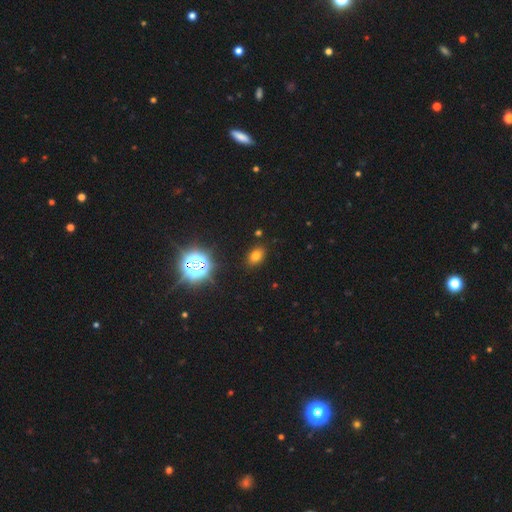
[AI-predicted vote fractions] Morphology: type=smooth (71%); roundness=in between (78%); merging=none (87%).